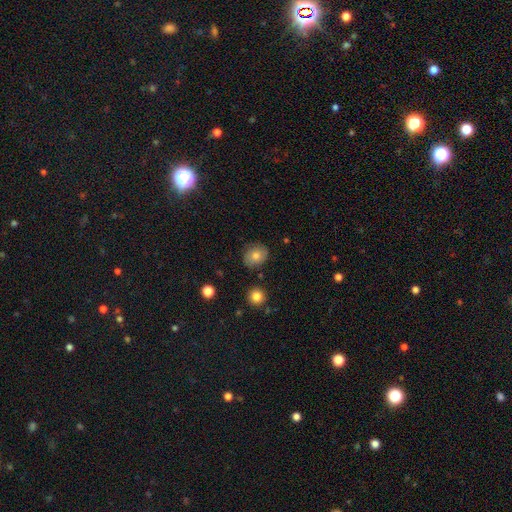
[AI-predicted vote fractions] A smooth galaxy with no disk features (76%) that is round (63%). Merging: none (82%).